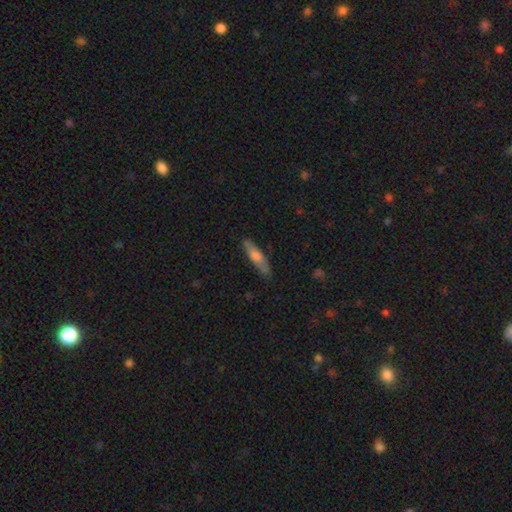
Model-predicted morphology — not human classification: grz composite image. It shows a smooth galaxy with no disk features (54%) that is cigar-shaped (82%). Merging: none (83%).